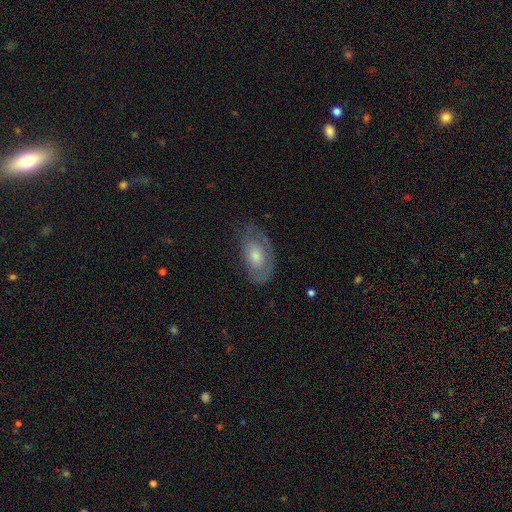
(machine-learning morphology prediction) Q: Smooth or featured?
A: smooth (50%); runner-up: featured or disk (43%)
Q: Merging?
A: none (65%); runner-up: minor disturbance (24%)